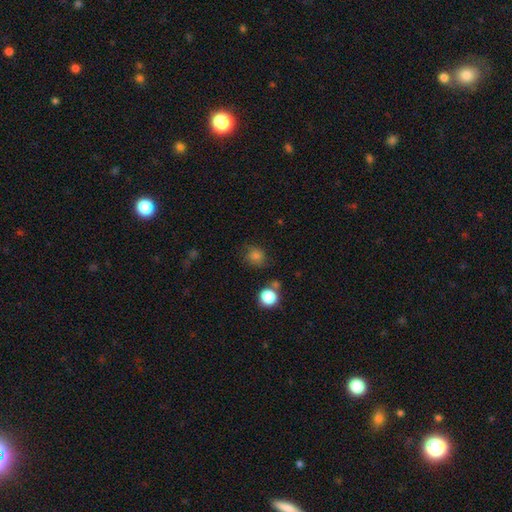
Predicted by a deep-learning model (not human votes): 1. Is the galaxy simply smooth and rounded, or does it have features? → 80% smooth, 15% star or artifact, 6% featured or disk.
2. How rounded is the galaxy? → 79% round, 20% in between, 1% cigar-shaped.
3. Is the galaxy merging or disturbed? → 75% none, 16% minor disturbance, 5% major disturbance, 4% merger.